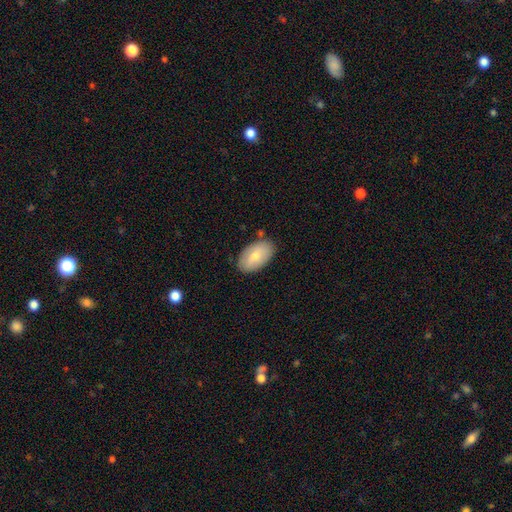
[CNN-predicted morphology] type=smooth (73%); roundness=in between (94%); merging=none (83%).